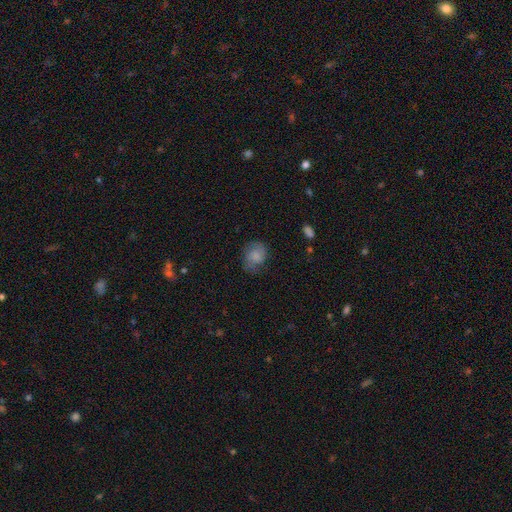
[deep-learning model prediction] Smooth or featured? Predicted: smooth (p=0.65). How rounded? Predicted: in between (p=0.51). Merging? Predicted: none (p=0.64).